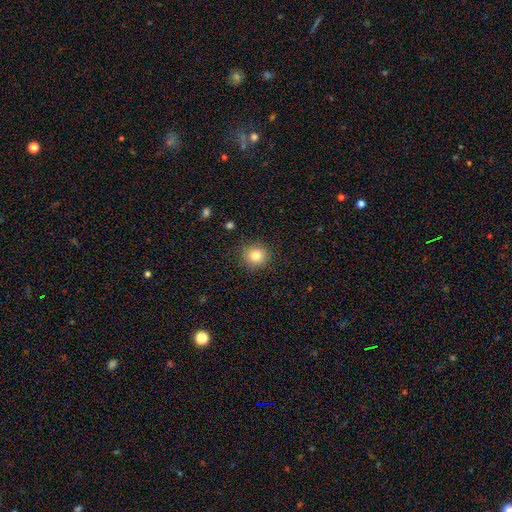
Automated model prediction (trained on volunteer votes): A smooth galaxy with no disk features (81%) that is round (91%). Merging: none (90%).